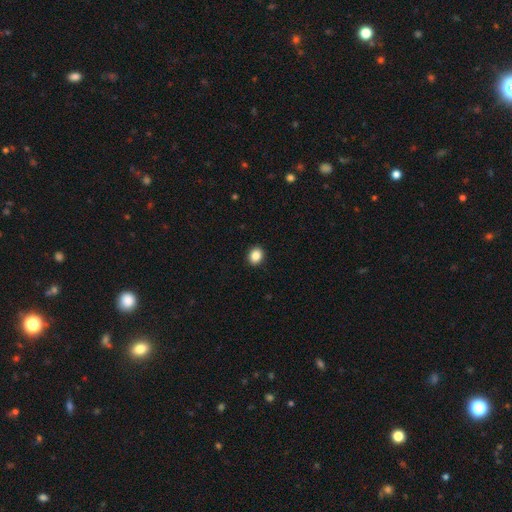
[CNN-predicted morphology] smooth 87%, star or artifact 9%, featured or disk 4%. Down the decision tree: how rounded — round (55%); merging — none (92%).